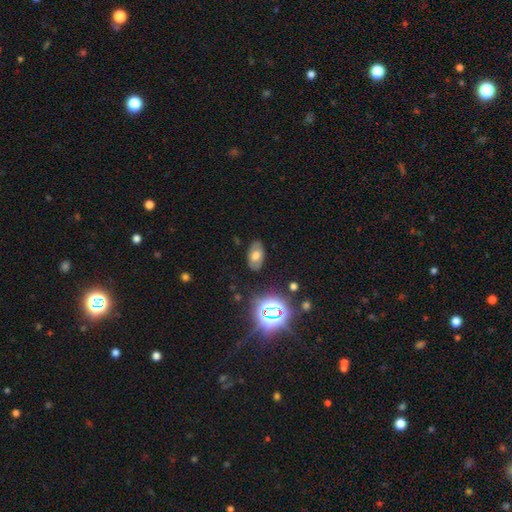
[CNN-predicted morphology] A smooth galaxy with no disk features (57%) that is in between round and cigar-shaped (91%). Merging: none (82%).